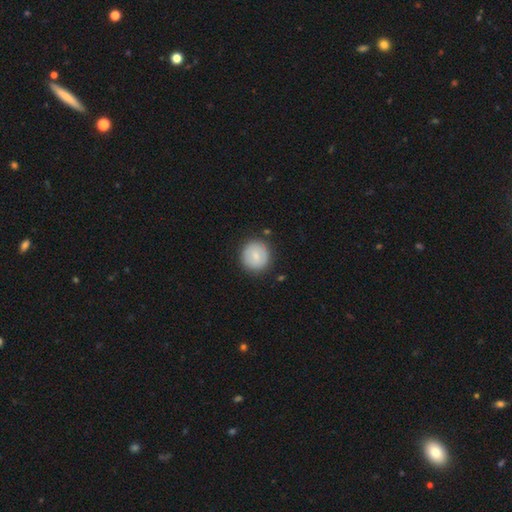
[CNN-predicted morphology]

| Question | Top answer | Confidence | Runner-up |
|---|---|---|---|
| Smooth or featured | smooth | 74% | featured or disk (20%) |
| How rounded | round | 92% | in between (8%) |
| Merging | none | 86% | minor disturbance (9%) |